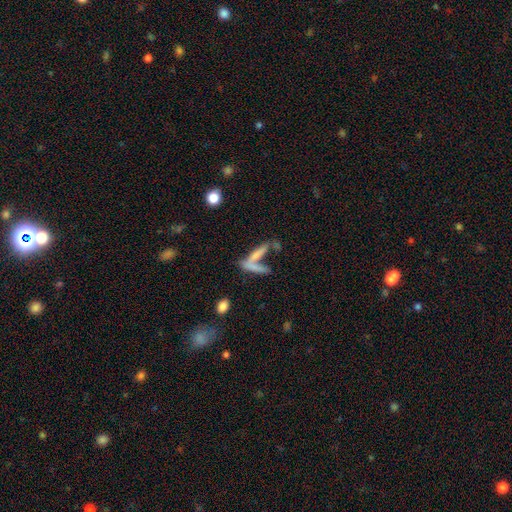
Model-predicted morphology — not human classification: A smooth galaxy with no disk features (51%) that is cigar-shaped (79%).

Vote fractions:
- Smooth or featured? smooth: 51% / featured or disk: 34% / star or artifact: 15%
- How rounded? cigar-shaped: 79% / in between: 17% / round: 4%
- Merging? merger: 42% / none: 35% / major disturbance: 13% / minor disturbance: 10%